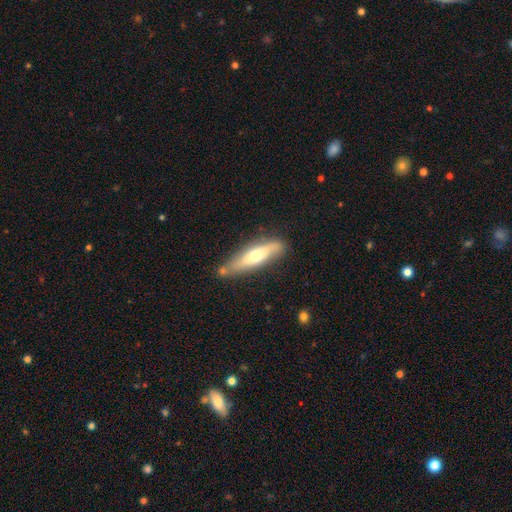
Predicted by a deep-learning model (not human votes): featured or disk 47% (tied), smooth 47% (tied), star or artifact 6%. Down the decision tree: merging — none (69%).